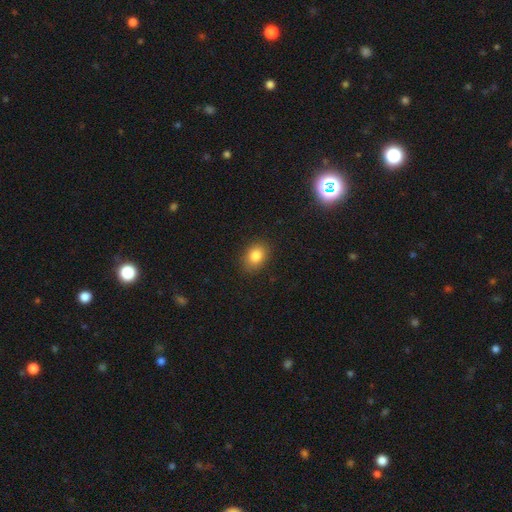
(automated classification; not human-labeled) Smooth or featured? Predicted: smooth (p=0.84). How rounded? Predicted: in between (p=0.65). Merging? Predicted: none (p=0.85).